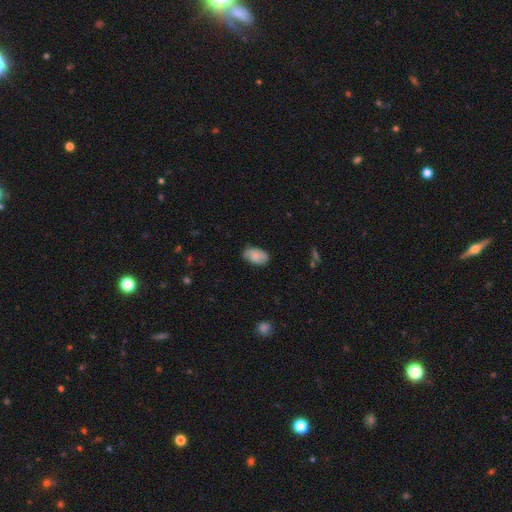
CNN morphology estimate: Q: Smooth or featured?
A: smooth (79%); runner-up: featured or disk (14%)
Q: How rounded?
A: in between (93%); runner-up: round (6%)
Q: Merging?
A: none (72%); runner-up: minor disturbance (22%)